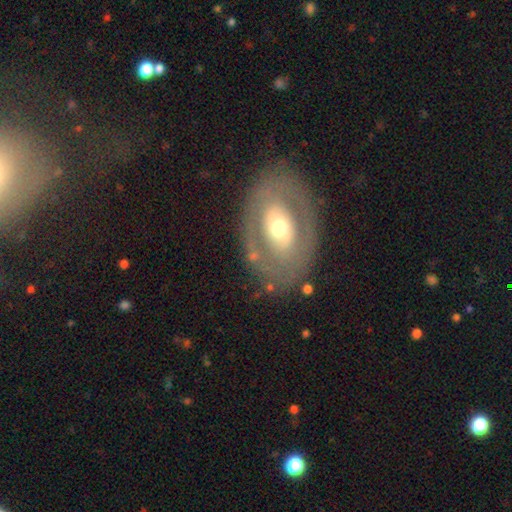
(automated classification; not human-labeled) Smooth or featured? Predicted: featured or disk (p=0.60). Edge-on disk? Predicted: no (p=0.91). Bar? Predicted: no (p=0.74). Spiral arms? Predicted: no (p=0.80). Bulge size? Predicted: moderate (p=0.63). Merging? Predicted: none (p=0.78).